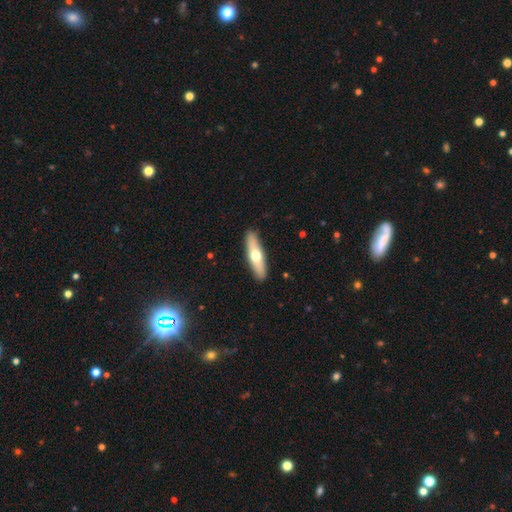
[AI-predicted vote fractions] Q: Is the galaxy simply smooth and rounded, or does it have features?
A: smooth — 53%.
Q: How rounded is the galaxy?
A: cigar-shaped — 72%.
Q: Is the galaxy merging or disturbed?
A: none — 90%.